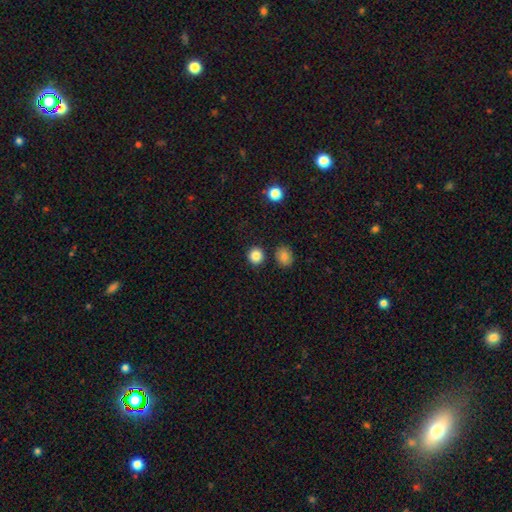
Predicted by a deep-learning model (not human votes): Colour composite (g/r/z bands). It shows a smooth galaxy with no disk features (85%) that is round (90%). Merging: none (87%).